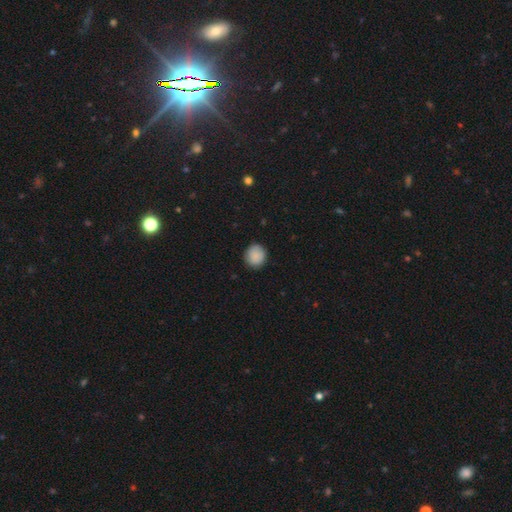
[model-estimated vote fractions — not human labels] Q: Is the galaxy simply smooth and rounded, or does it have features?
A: smooth — 88%.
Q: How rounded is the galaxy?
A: round — 89%.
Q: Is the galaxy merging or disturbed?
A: none — 87%.